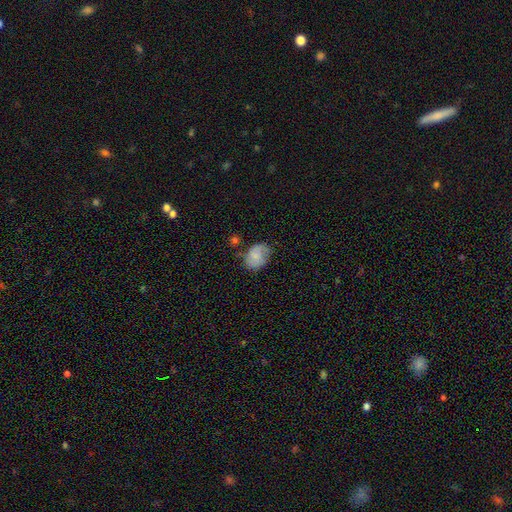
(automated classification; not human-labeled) smooth_or_featured: smooth (p=0.74) [alt: featured or disk p=0.18]
how_rounded: in between (p=0.72) [alt: round p=0.27]
merging: none (p=0.56) [alt: minor disturbance p=0.30]